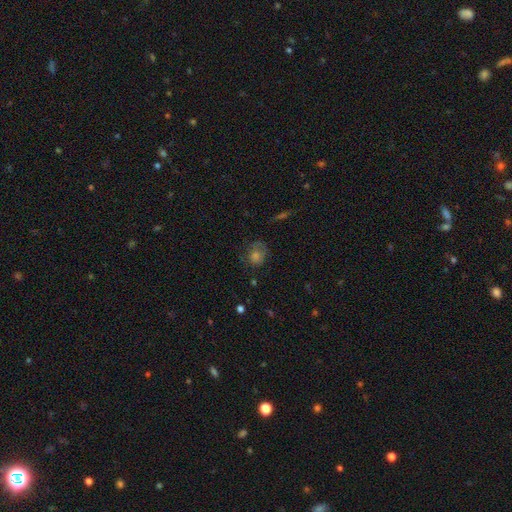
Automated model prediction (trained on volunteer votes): Smooth or featured? smooth (56%)
How rounded? round (74%)
Merging? none (61%)